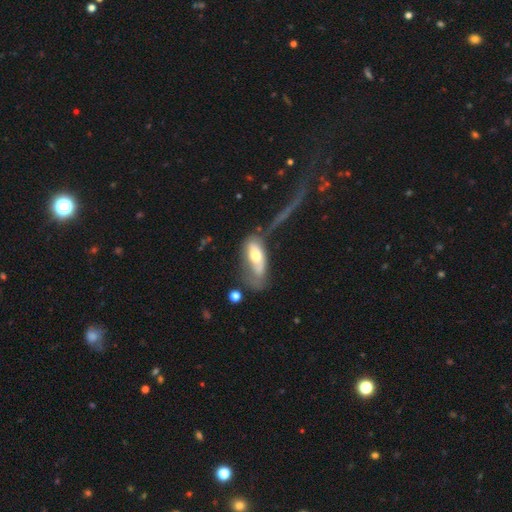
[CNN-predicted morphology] Overall: smooth (56%; featured or disk 37%). How rounded: in between (82%). Merging: major disturbance (35%; none 27%).